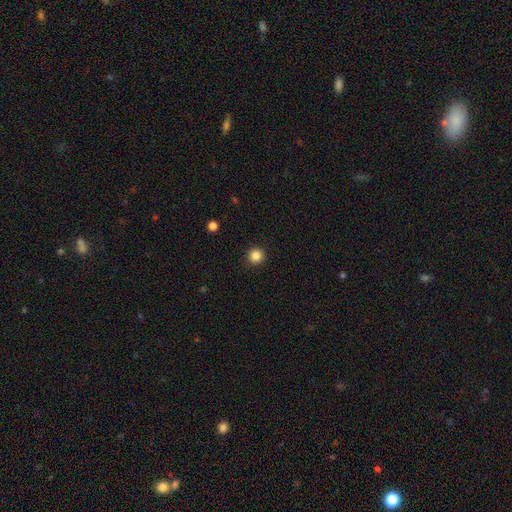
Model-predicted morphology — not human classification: smooth_or_featured: smooth (p=0.85) [alt: star or artifact p=0.11]
how_rounded: round (p=0.95) [alt: in between p=0.04]
merging: none (p=0.93) [alt: minor disturbance p=0.05]